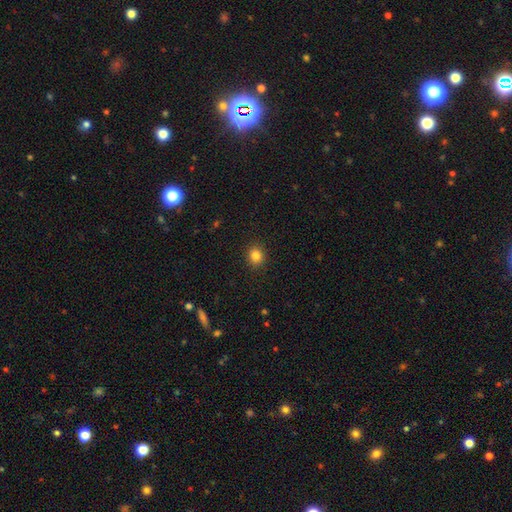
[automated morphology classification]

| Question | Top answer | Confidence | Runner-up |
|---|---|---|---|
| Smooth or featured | smooth | 83% | star or artifact (12%) |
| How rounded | round | 77% | in between (22%) |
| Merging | none | 90% | minor disturbance (6%) |